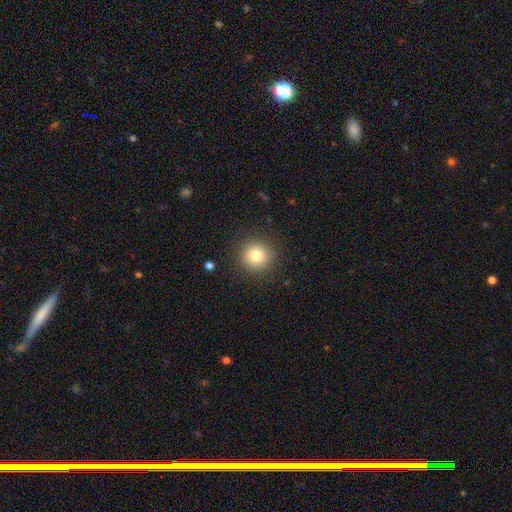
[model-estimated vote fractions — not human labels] A smooth galaxy with no disk features (80%) that is round (93%).

Vote fractions:
- Smooth or featured? smooth: 80% / star or artifact: 11% / featured or disk: 9%
- How rounded? round: 93% / in between: 6% / cigar-shaped: 1%
- Merging? none: 89% / minor disturbance: 7% / major disturbance: 3% / merger: 1%